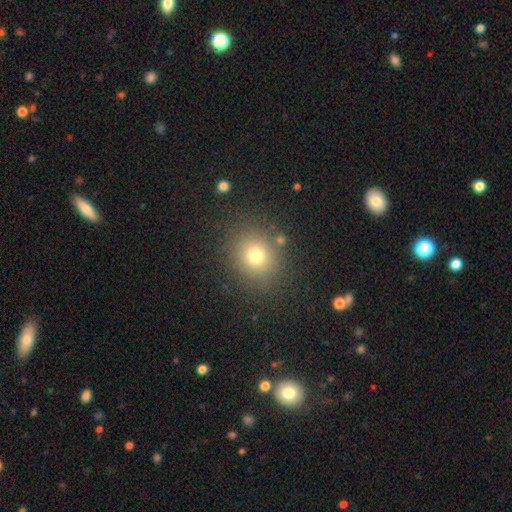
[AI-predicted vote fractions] Smooth or featured? Predicted: smooth (p=0.74). How rounded? Predicted: round (p=0.75). Merging? Predicted: none (p=0.85).